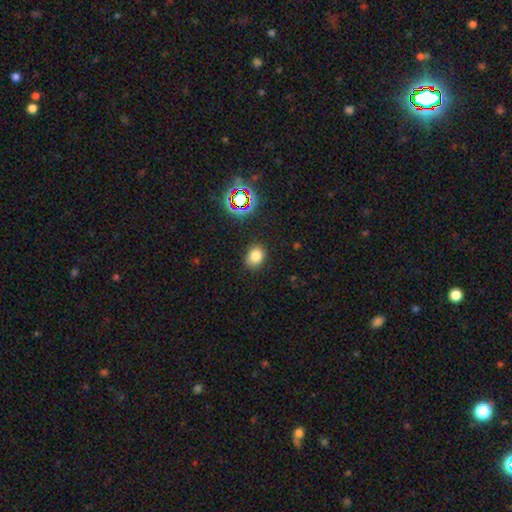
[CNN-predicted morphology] Smooth or featured: smooth — 78% (star or artifact — 15%)
How rounded: in between — 50% (round — 49%)
Merging: none — 84% (minor disturbance — 11%)